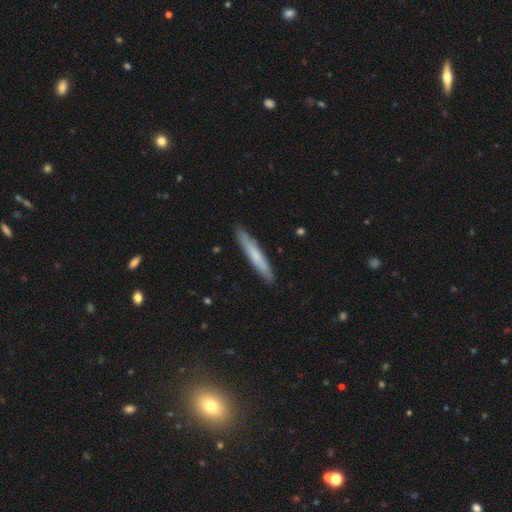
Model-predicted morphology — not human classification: Smooth or featured? Predicted: smooth (p=0.62). How rounded? Predicted: cigar-shaped (p=0.94). Merging? Predicted: none (p=0.89).